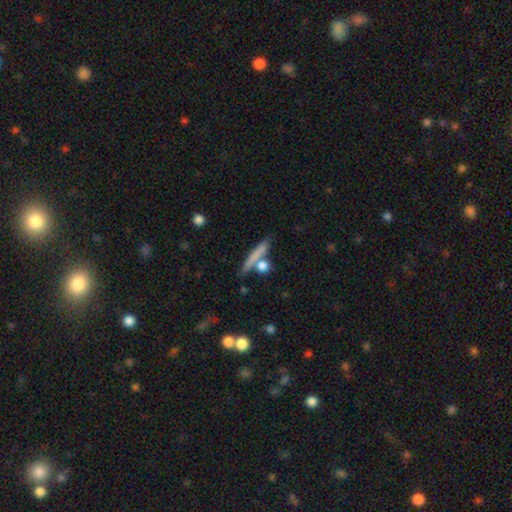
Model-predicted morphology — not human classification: Q: Smooth or featured?
A: smooth (68%); runner-up: featured or disk (25%)
Q: How rounded?
A: cigar-shaped (79%); runner-up: round (11%)
Q: Merging?
A: none (69%); runner-up: merger (17%)